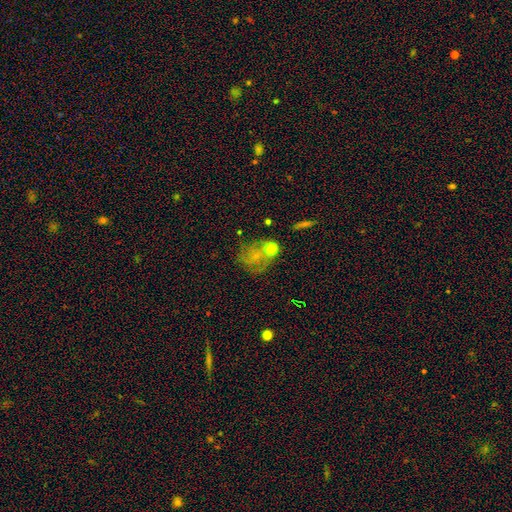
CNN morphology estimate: Smooth or featured: smooth — 51% (featured or disk — 32%)
How rounded: round — 72% (in between — 26%)
Merging: none — 50% (minor disturbance — 20%)